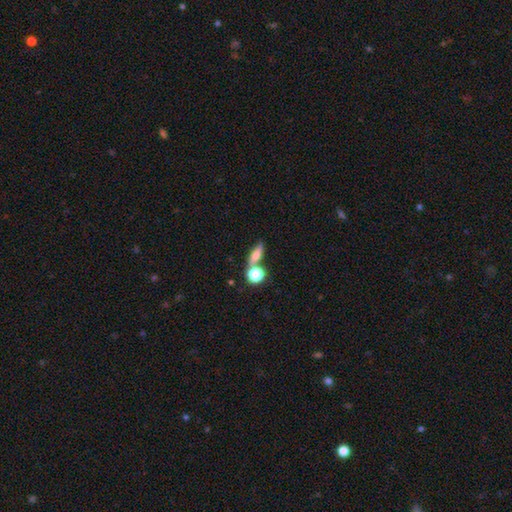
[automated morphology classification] This is likely a smooth galaxy (64%). How rounded: marginally in between (44%). Merging: possibly none (58%).